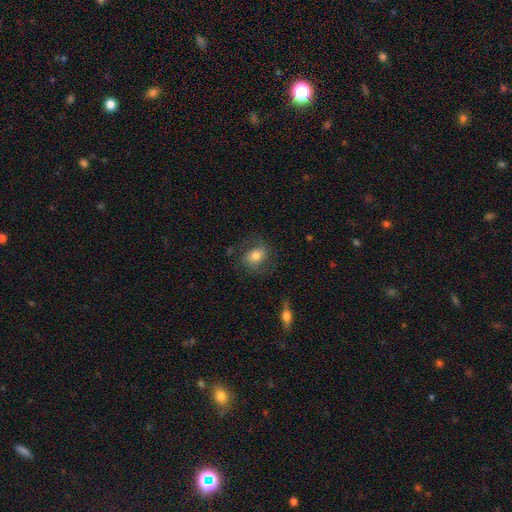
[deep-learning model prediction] Smooth or featured: smooth — 67% (featured or disk — 24%)
How rounded: in between — 59% (round — 39%)
Merging: none — 71% (minor disturbance — 18%)